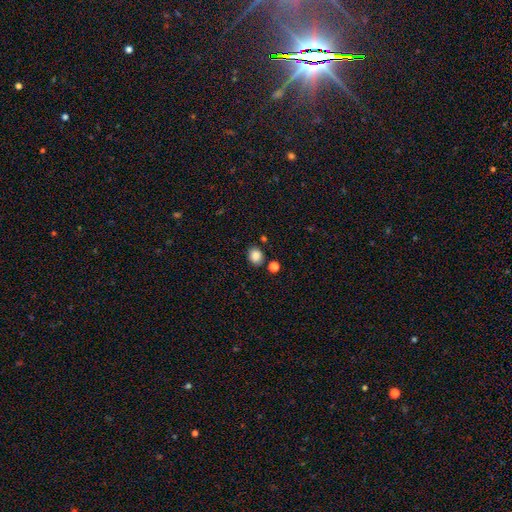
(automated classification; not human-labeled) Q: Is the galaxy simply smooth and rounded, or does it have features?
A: smooth — 85%.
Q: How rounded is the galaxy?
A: round — 62%.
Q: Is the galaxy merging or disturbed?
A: none — 82%.